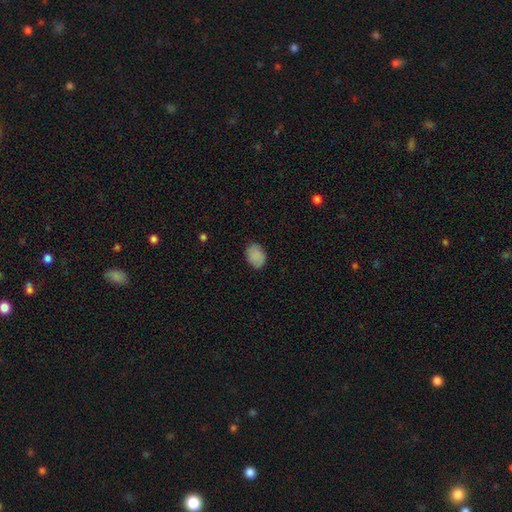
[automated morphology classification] Q: Smooth or featured?
A: smooth (88%); runner-up: star or artifact (8%)
Q: How rounded?
A: in between (79%); runner-up: round (20%)
Q: Merging?
A: none (84%); runner-up: minor disturbance (12%)